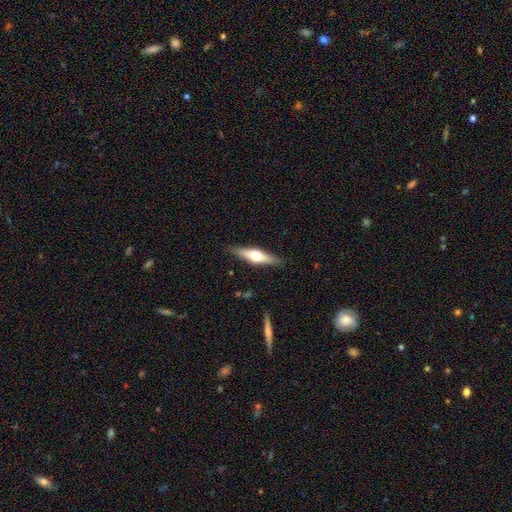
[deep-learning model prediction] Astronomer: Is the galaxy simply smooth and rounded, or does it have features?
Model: featured or disk — 57% (runner-up: smooth, 38%).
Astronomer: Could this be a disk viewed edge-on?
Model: yes — 93%.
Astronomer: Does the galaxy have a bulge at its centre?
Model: rounded — 94%.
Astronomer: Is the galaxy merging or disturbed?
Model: none — 88%.